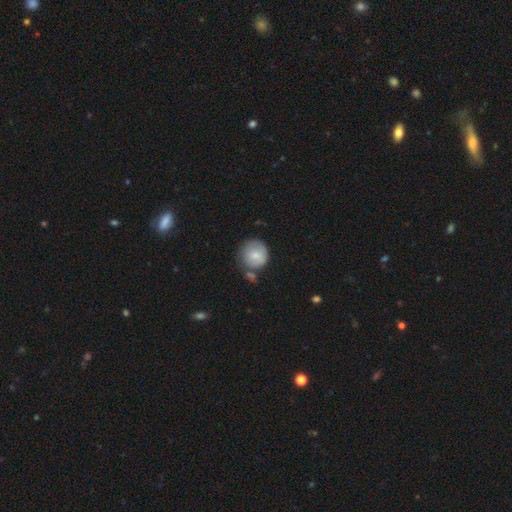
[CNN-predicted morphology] smooth 75%, featured or disk 18%, star or artifact 7%. Down the decision tree: how rounded — round (89%); merging — none (59%).